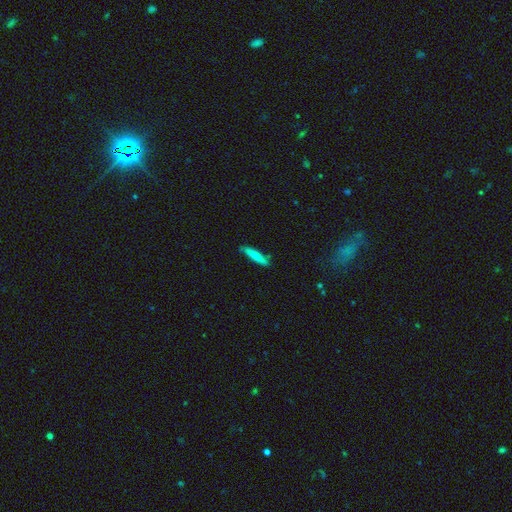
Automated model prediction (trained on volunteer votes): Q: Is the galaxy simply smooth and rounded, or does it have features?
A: smooth — 73%.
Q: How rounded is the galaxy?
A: cigar-shaped — 90%.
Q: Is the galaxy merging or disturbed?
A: none — 81%.